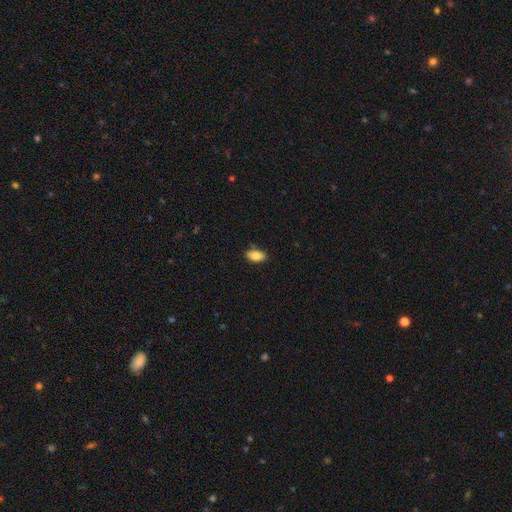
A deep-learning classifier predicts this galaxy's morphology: smooth 82%, featured or disk 10%, star or artifact 8%. Down the decision tree: how rounded — in between (92%); merging — none (81%).